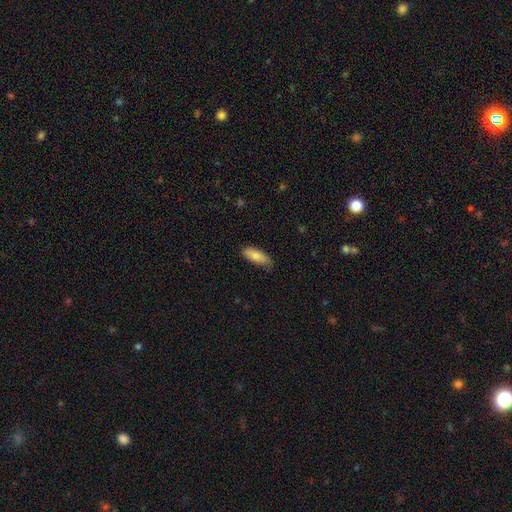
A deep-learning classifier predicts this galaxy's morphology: Smooth or featured?
  - smooth: 81% *
  - featured or disk: 13%
  - star or artifact: 6%
How rounded?
  - in between: 71% *
  - cigar-shaped: 28%
  - round: 2%
Merging?
  - none: 75% *
  - minor disturbance: 21%
  - major disturbance: 3%
  - merger: 1%